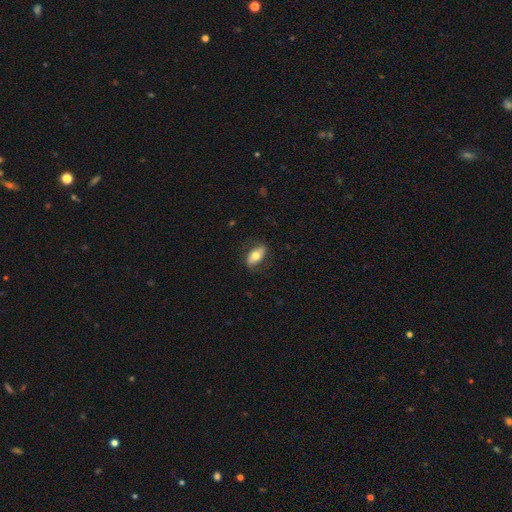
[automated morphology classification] This appears to be a smooth galaxy with no disk features (60%) that is in between round and cigar-shaped (85%). Merging: none (79%).